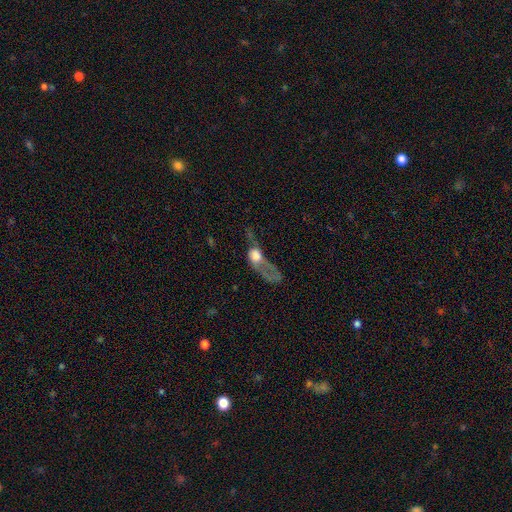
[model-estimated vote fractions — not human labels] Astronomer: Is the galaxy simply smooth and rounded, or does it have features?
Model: featured or disk — 45% (runner-up: smooth, 43%).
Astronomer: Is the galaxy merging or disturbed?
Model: major disturbance — 61%.